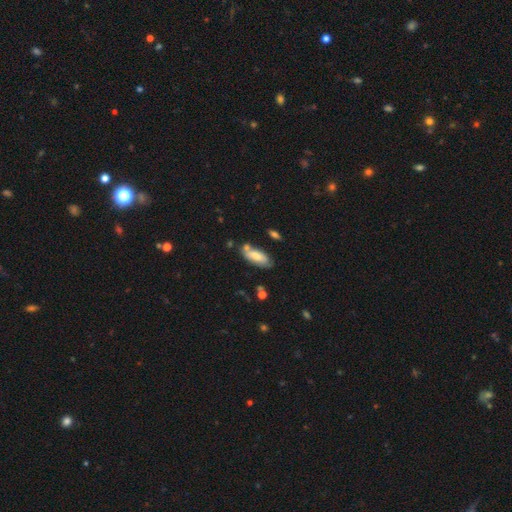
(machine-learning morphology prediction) Smooth or featured? Predicted: smooth (p=0.70). How rounded? Predicted: in between (p=0.77). Merging? Predicted: none (p=0.62).